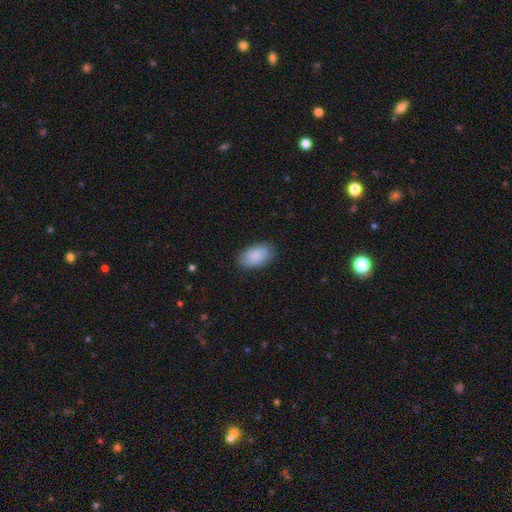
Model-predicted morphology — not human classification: Smooth or featured? Predicted: smooth (p=0.87). How rounded? Predicted: in between (p=0.94). Merging? Predicted: none (p=0.84).